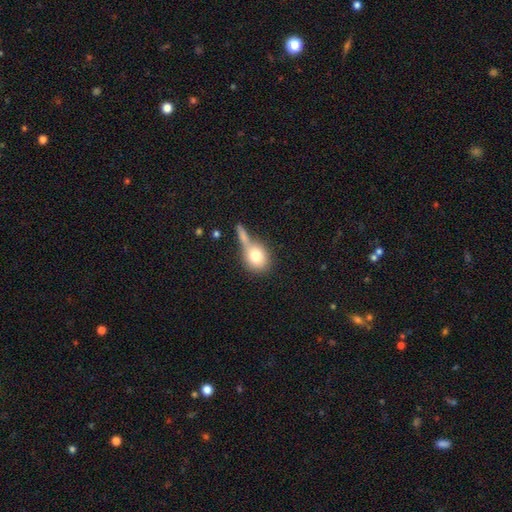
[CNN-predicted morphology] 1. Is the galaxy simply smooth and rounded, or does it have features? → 76% smooth, 15% featured or disk, 9% star or artifact.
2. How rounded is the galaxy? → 69% round, 29% in between, 2% cigar-shaped.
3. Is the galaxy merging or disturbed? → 37% merger (tied), 37% none (tied), 14% minor disturbance, 12% major disturbance.